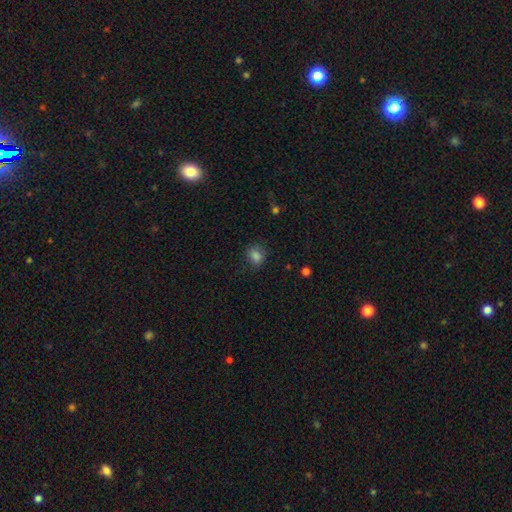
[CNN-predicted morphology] The model was most divided on "how rounded": round: 65%, in between: 34%, cigar-shaped: 1%. More confident: smooth or featured — smooth (83%); merging — none (78%).